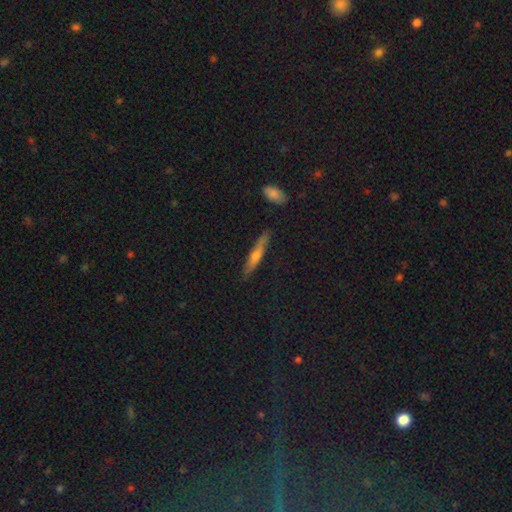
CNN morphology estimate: A smooth galaxy with no disk features (48%). Merging: none (84%).